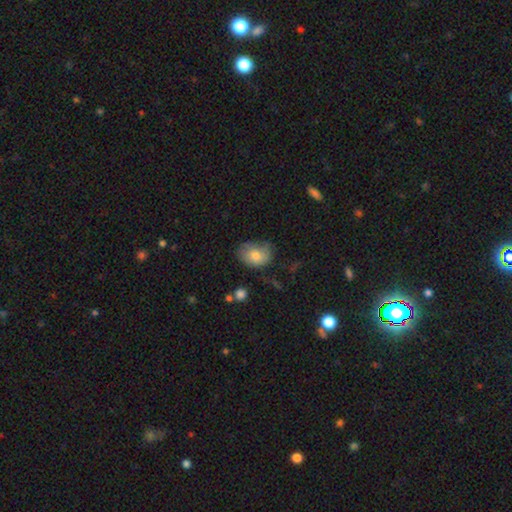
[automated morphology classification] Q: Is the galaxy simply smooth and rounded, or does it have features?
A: smooth — 74%.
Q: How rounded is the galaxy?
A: in between — 71%.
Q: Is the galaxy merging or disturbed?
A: none — 51%.